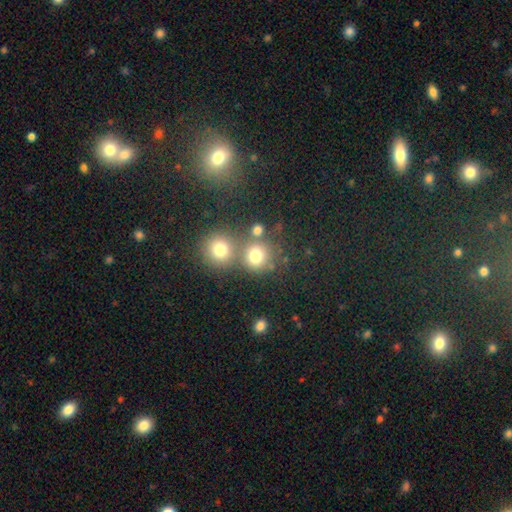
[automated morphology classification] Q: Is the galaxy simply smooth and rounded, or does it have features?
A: smooth — 76%.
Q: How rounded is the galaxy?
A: round — 87%.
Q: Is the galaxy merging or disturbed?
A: none — 55%.